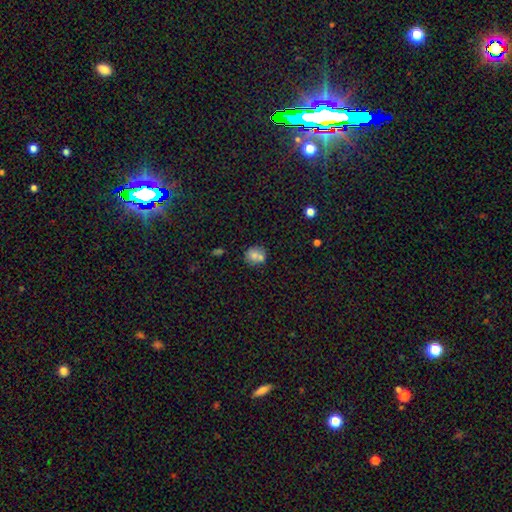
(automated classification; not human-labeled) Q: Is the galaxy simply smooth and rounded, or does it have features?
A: smooth — 74%.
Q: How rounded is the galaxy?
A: round — 84%.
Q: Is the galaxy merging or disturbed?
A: none — 60%.